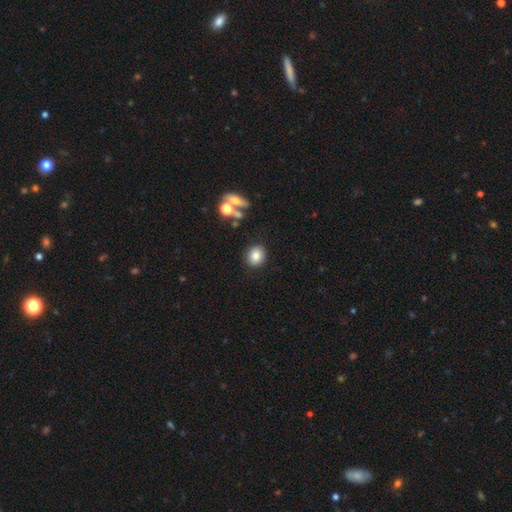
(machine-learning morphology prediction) The model was most divided on "how rounded": round: 71%, in between: 28%, cigar-shaped: 1%. More confident: merging — none (86%); smooth or featured — smooth (82%).